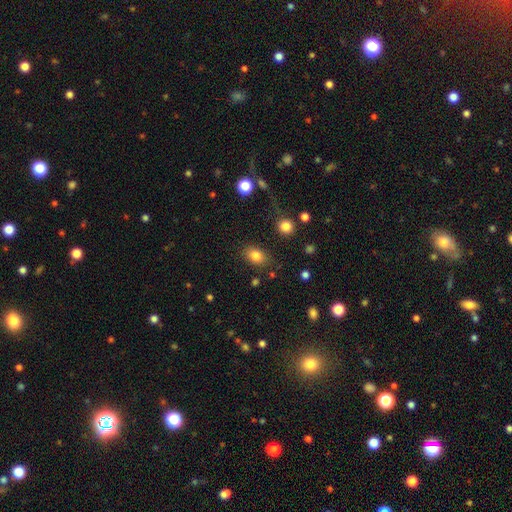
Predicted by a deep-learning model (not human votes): Smooth or featured? smooth (82%)
How rounded? in between (75%)
Merging? none (81%)